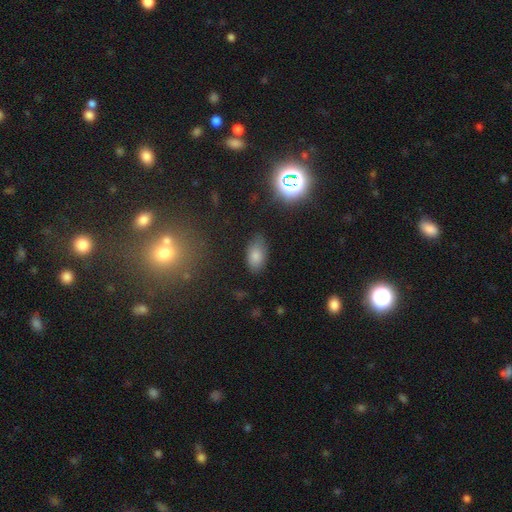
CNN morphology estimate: A smooth galaxy with no disk features (78%) that is in between round and cigar-shaped (92%). Merging: none (76%).